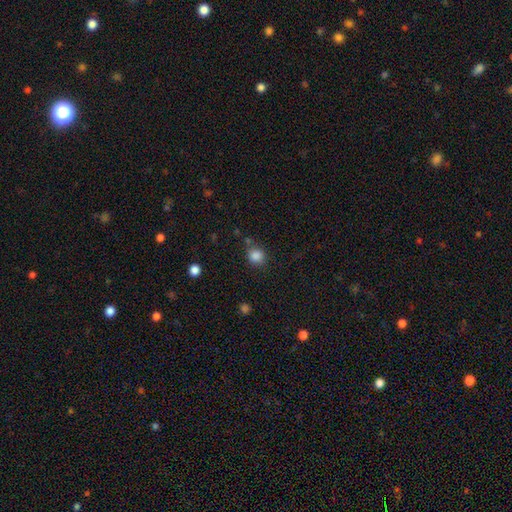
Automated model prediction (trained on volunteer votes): smooth 85%, star or artifact 11%, featured or disk 4%. Down the decision tree: how rounded — round (82%); merging — none (73%).